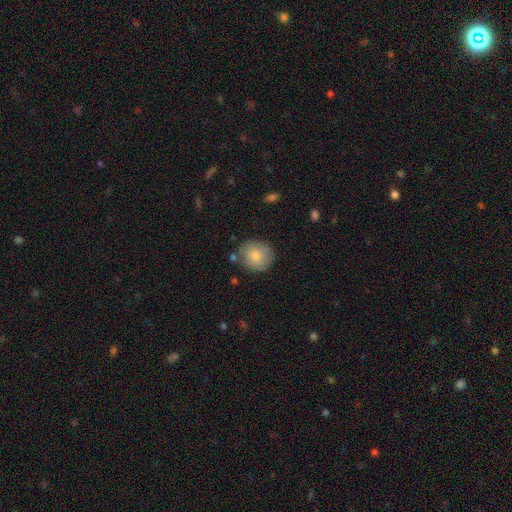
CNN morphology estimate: This appears to be a smooth galaxy with no disk features (82%) that is round (83%). Merging: none (75%).